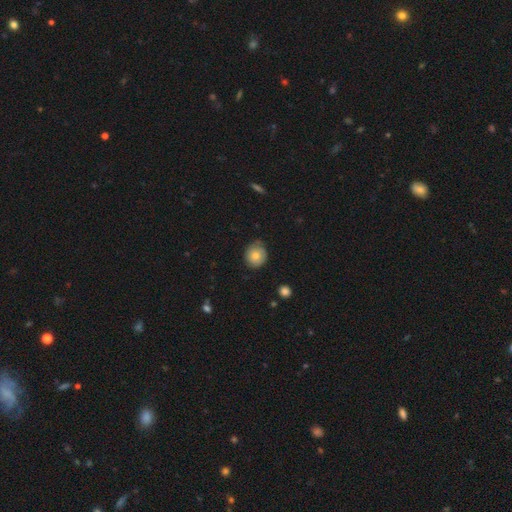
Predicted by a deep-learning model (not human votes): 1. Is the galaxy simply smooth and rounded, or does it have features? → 70% smooth, 22% featured or disk, 8% star or artifact.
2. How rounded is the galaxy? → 77% round, 22% in between, 1% cigar-shaped.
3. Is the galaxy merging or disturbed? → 68% none, 26% minor disturbance, 5% major disturbance, 1% merger.